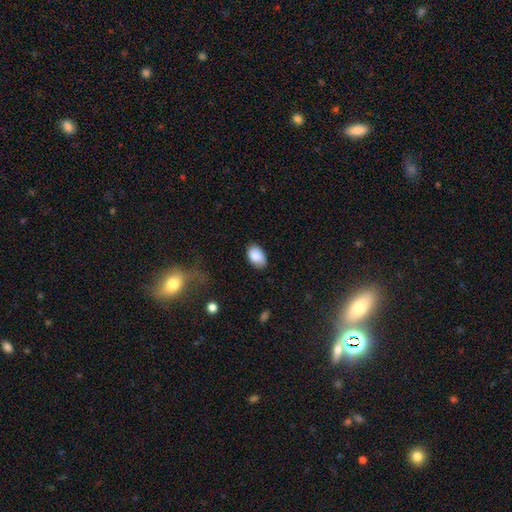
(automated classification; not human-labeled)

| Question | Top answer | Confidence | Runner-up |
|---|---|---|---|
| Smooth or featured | smooth | 87% | featured or disk (7%) |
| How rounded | in between | 90% | round (9%) |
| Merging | none | 81% | minor disturbance (15%) |